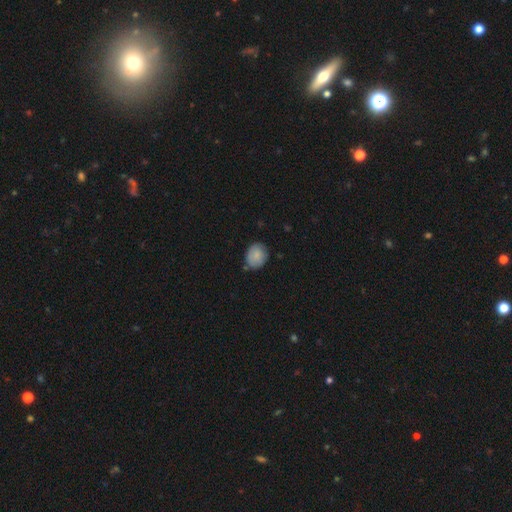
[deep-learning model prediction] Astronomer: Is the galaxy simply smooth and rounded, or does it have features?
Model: smooth — 82%.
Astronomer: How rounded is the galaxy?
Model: round — 54% (runner-up: in between, 45%).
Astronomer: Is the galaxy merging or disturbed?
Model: none — 70%.